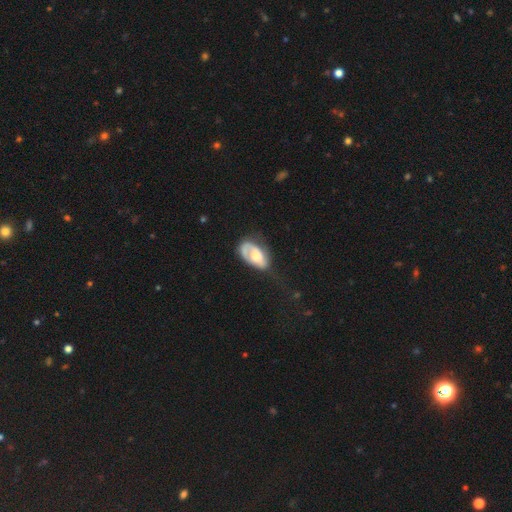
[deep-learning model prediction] The model was most divided on "merging": none: 38%, minor disturbance: 31%, major disturbance: 27%, merger: 3%. More confident: edge-on disk — no (93%); smooth or featured — featured or disk (51%).